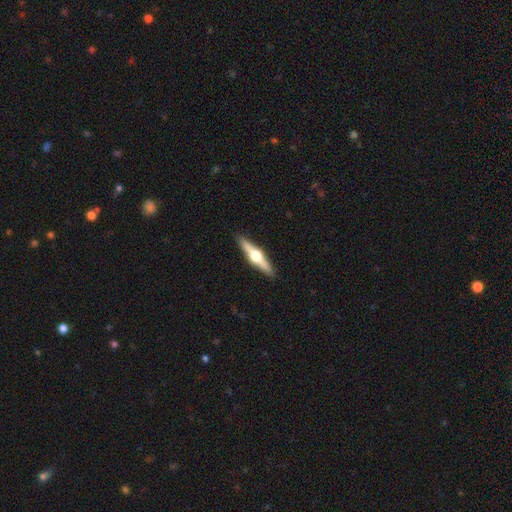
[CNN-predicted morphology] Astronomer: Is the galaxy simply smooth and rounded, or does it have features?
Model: featured or disk — 74%.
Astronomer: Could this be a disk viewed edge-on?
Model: yes — 98%.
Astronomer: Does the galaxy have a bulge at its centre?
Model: rounded — 96%.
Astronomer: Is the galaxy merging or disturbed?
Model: none — 92%.